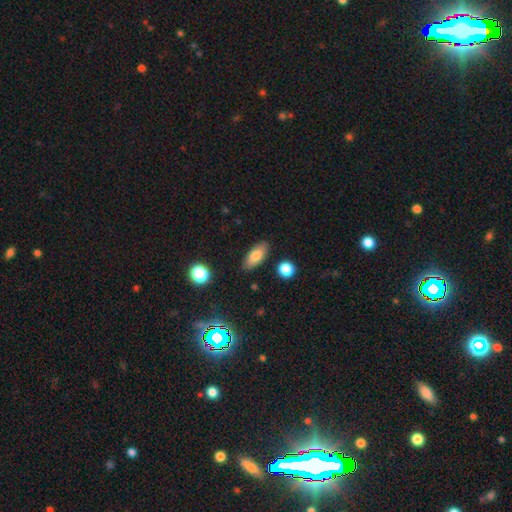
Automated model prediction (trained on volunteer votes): smooth-or-featured: smooth: 79% | featured or disk: 13% | star or artifact: 8%
  how-rounded: in between: 84% | cigar-shaped: 13% | round: 4%
  merging: none: 86% | minor disturbance: 10% | major disturbance: 2% | merger: 2%